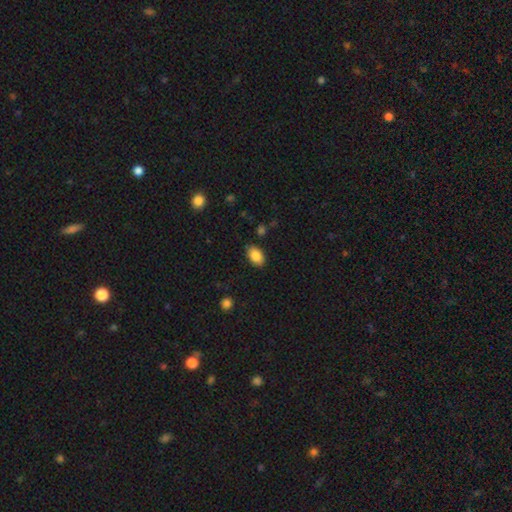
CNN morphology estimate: A smooth galaxy with no disk features (87%) that is in between round and cigar-shaped (90%). Merging: none (83%).